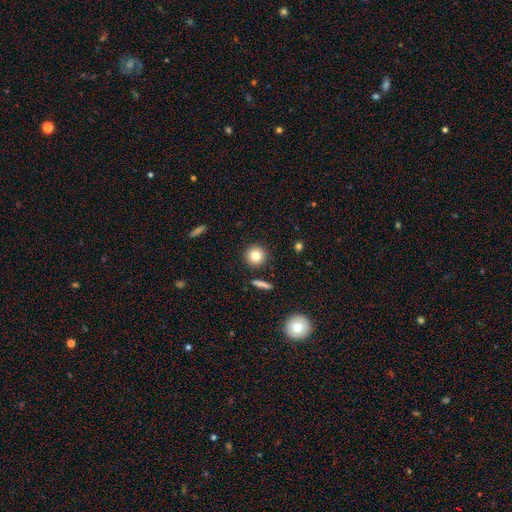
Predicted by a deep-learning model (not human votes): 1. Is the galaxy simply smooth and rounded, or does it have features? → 81% smooth, 10% star or artifact, 9% featured or disk.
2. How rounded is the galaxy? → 94% round, 5% in between, 1% cigar-shaped.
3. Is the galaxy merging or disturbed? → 91% none, 5% minor disturbance, 2% merger, 2% major disturbance.